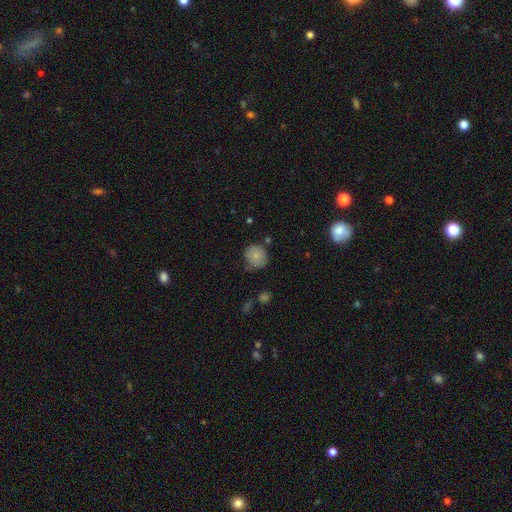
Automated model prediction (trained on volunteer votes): A smooth galaxy with no disk features (77%) that is round (86%).

Vote fractions:
- Smooth or featured? smooth: 77% / featured or disk: 14% / star or artifact: 9%
- How rounded? round: 86% / in between: 13% / cigar-shaped: 1%
- Merging? none: 66% / minor disturbance: 25% / major disturbance: 5% / merger: 4%